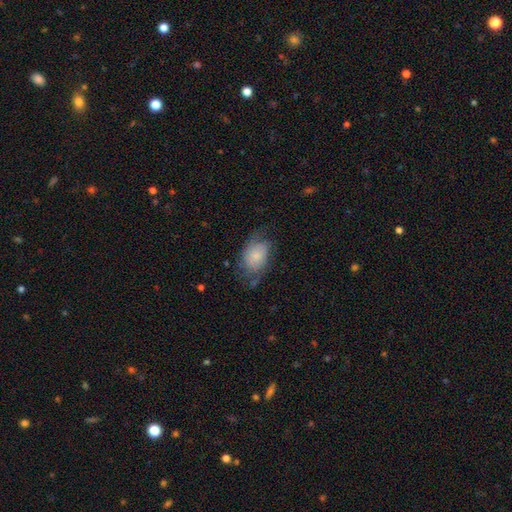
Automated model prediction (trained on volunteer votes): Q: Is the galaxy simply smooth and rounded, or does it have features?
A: smooth — 61%.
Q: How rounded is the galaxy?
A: in between — 80%.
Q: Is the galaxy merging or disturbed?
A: none — 47%.